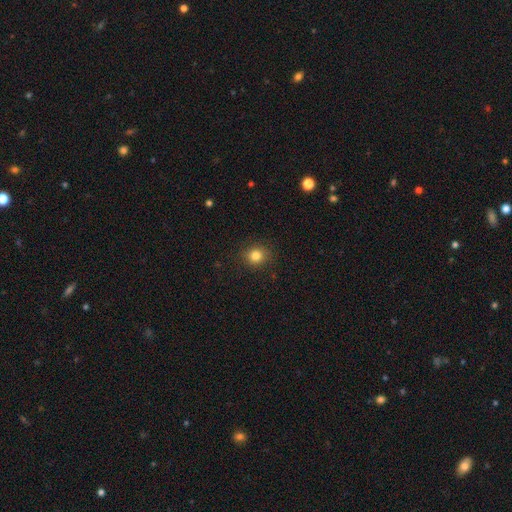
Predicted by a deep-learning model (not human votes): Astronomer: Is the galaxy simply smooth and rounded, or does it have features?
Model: smooth — 82%.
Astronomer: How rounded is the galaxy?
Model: round — 83%.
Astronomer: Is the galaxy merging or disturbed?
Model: none — 89%.